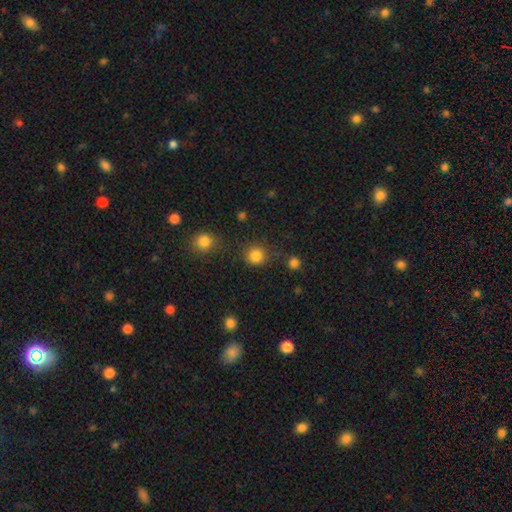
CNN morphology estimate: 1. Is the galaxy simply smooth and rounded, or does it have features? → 84% smooth, 12% star or artifact, 4% featured or disk.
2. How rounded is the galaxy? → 93% round, 6% in between, 1% cigar-shaped.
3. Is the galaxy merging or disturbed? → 83% none, 9% minor disturbance, 5% merger, 4% major disturbance.